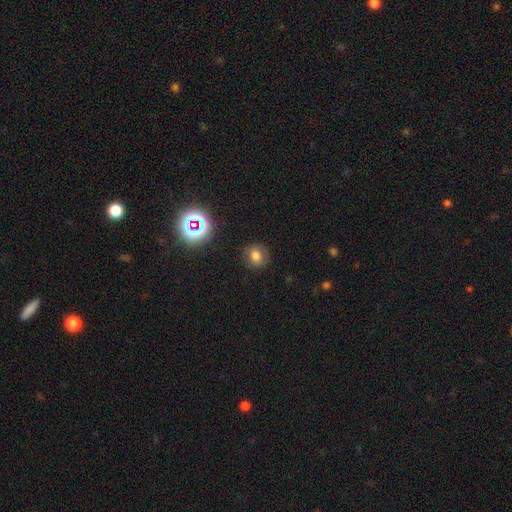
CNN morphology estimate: Overall: smooth (72%). How rounded: round (79%). Merging: none (84%).